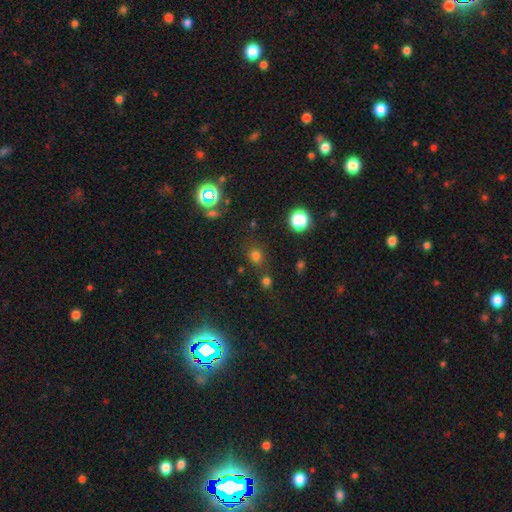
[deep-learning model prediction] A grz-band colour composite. It shows a smooth galaxy with no disk features (67%) that is round (75%). Merging: none (75%).